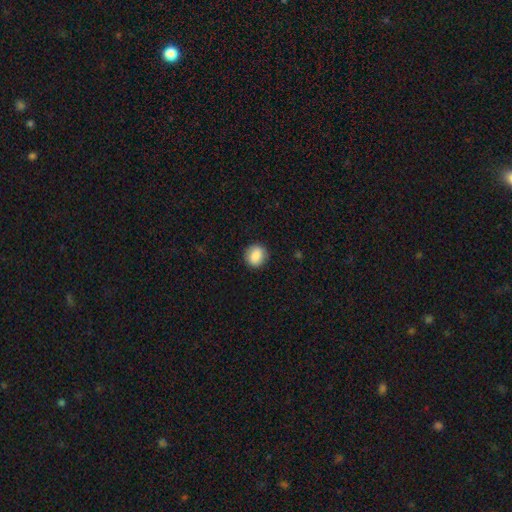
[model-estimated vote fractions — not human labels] A smooth galaxy with no disk features (85%) that is round (81%). Merging: none (88%).